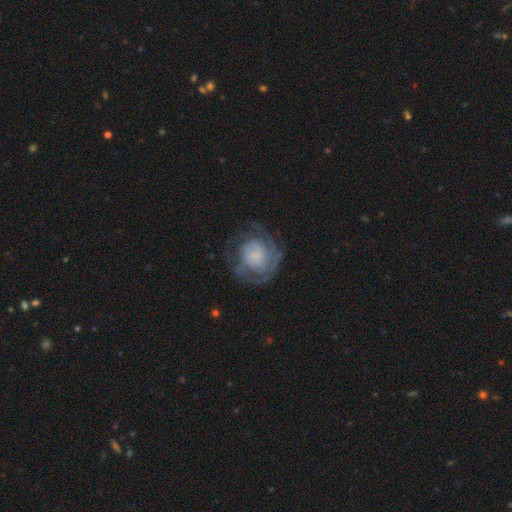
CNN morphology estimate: Smooth or featured: featured or disk — 65% (smooth — 28%)
Edge-on disk: no — 98% (yes — 2%)
Bar: no — 77% (weak — 19%)
Spiral arms: yes — 75% (no — 25%)
Bulge size: small — 39% (none — 24%)
Merging: none — 58% (major disturbance — 20%)